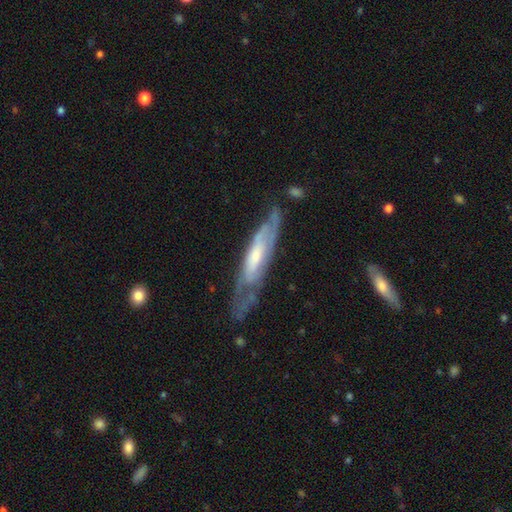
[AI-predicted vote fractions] Smooth or featured? Predicted: featured or disk (p=0.73). Edge-on disk? Predicted: no (p=0.60). Merging? Predicted: none (p=0.56).